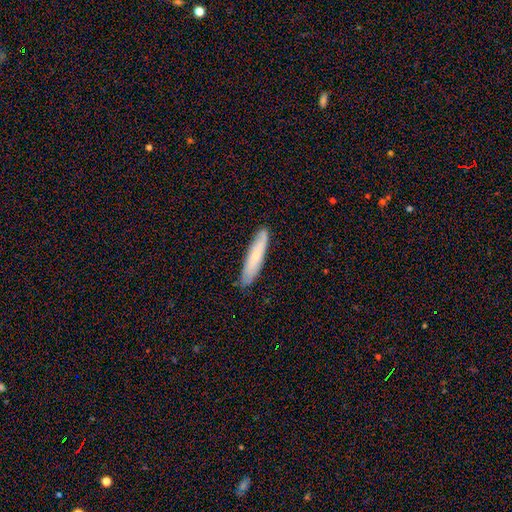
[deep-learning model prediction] The model was most divided on "smooth or featured": smooth: 66%, featured or disk: 28%, star or artifact: 6%. More confident: merging — none (85%); how rounded — cigar-shaped (85%).